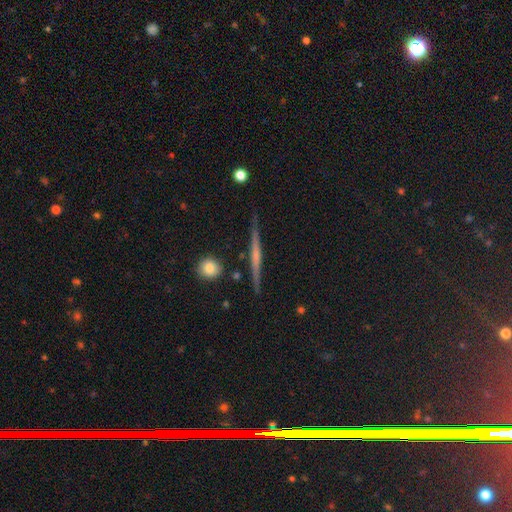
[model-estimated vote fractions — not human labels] Q: Smooth or featured?
A: featured or disk (69%); runner-up: smooth (25%)
Q: Edge-on disk?
A: yes (97%); runner-up: no (3%)
Q: Edge-on bulge?
A: none (55%); runner-up: rounded (31%)
Q: Merging?
A: none (87%); runner-up: minor disturbance (9%)